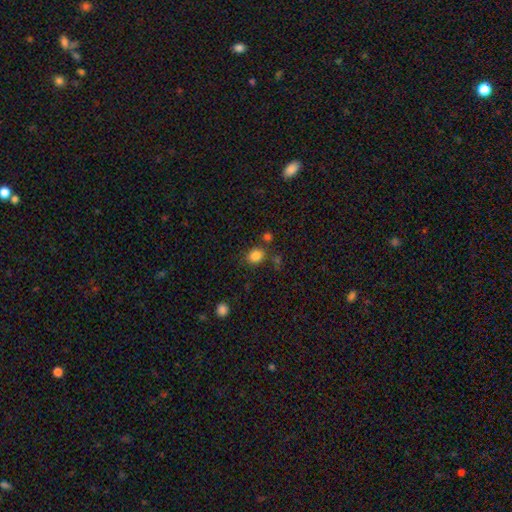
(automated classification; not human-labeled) Smooth or featured?
  - smooth: 84% *
  - star or artifact: 11%
  - featured or disk: 5%
How rounded?
  - round: 61% *
  - in between: 38%
  - cigar-shaped: 1%
Merging?
  - none: 76% *
  - minor disturbance: 12%
  - merger: 8%
  - major disturbance: 4%